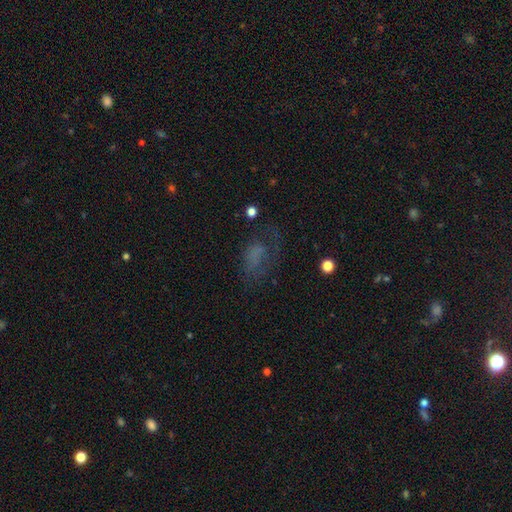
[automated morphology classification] type=smooth (47%); merging=none (40%).